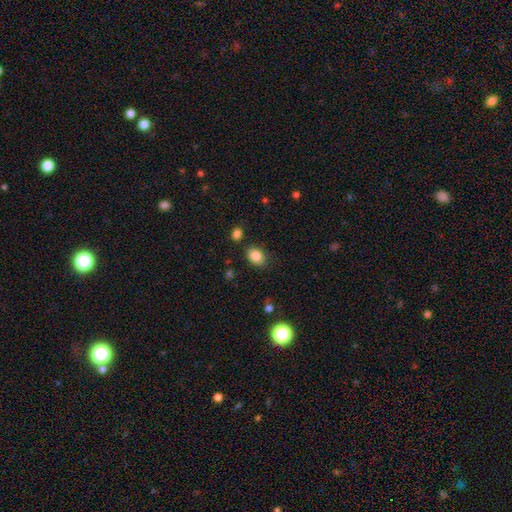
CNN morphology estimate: A smooth galaxy with no disk features (85%) that is in between round and cigar-shaped (72%).

Vote fractions:
- Smooth or featured? smooth: 85% / star or artifact: 9% / featured or disk: 6%
- How rounded? in between: 72% / round: 26% / cigar-shaped: 1%
- Merging? none: 81% / minor disturbance: 12% / merger: 4% / major disturbance: 3%